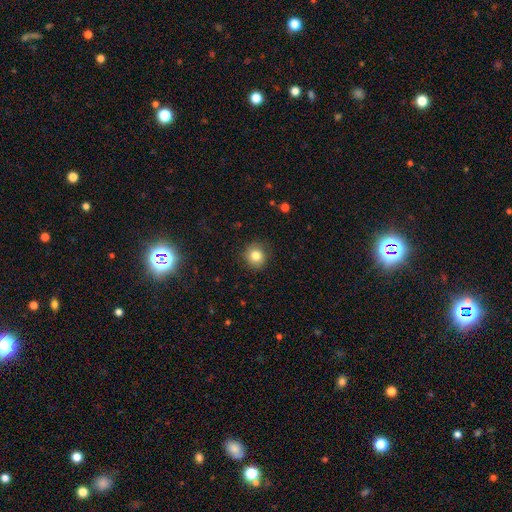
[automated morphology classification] A smooth galaxy with no disk features (82%) that is round (90%).

Vote fractions:
- Smooth or featured? smooth: 82% / star or artifact: 10% / featured or disk: 7%
- How rounded? round: 90% / in between: 9% / cigar-shaped: 1%
- Merging? none: 87% / minor disturbance: 9% / major disturbance: 3% / merger: 1%